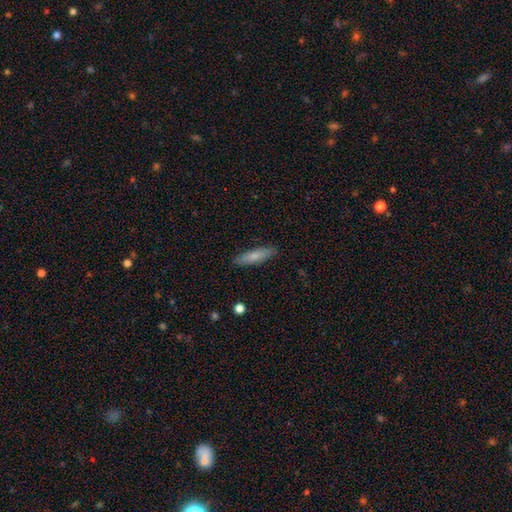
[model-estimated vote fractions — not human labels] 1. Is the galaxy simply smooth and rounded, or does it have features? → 79% smooth, 15% featured or disk, 6% star or artifact.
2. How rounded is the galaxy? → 68% cigar-shaped, 30% in between, 2% round.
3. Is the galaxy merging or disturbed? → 87% none, 10% minor disturbance, 2% major disturbance, 1% merger.